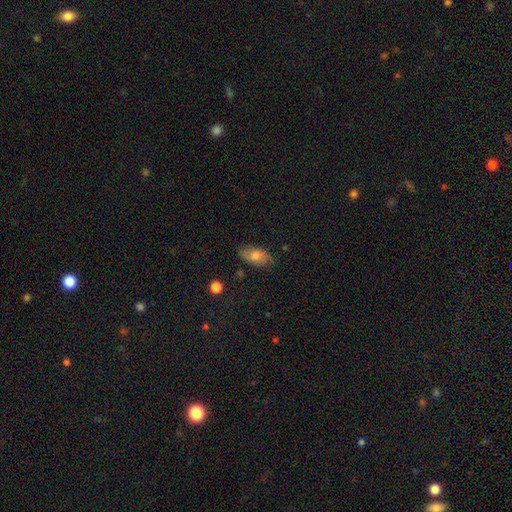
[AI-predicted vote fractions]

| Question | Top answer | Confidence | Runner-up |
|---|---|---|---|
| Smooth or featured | smooth | 65% | featured or disk (24%) |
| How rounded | in between | 89% | cigar-shaped (6%) |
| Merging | none | 79% | minor disturbance (16%) |